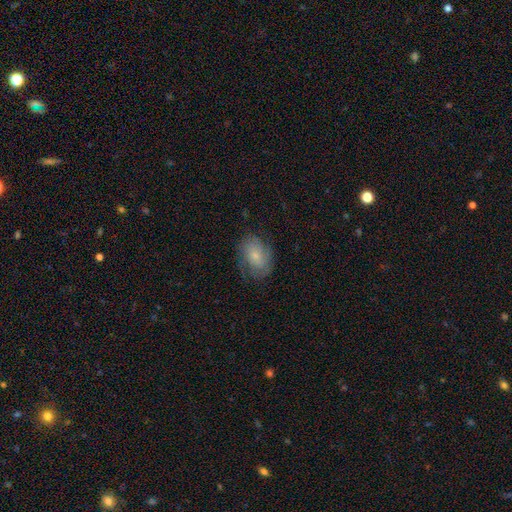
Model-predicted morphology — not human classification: smooth-or-featured: smooth: 58% | featured or disk: 34% | star or artifact: 8%
  how-rounded: in between: 78% | round: 21% | cigar-shaped: 1%
  merging: none: 70% | minor disturbance: 20% | major disturbance: 9% | merger: 1%